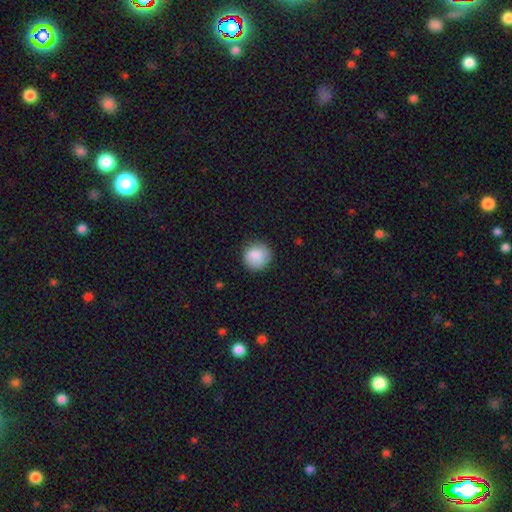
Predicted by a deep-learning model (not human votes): Morphology: type=smooth (87%); roundness=round (91%); merging=none (82%).